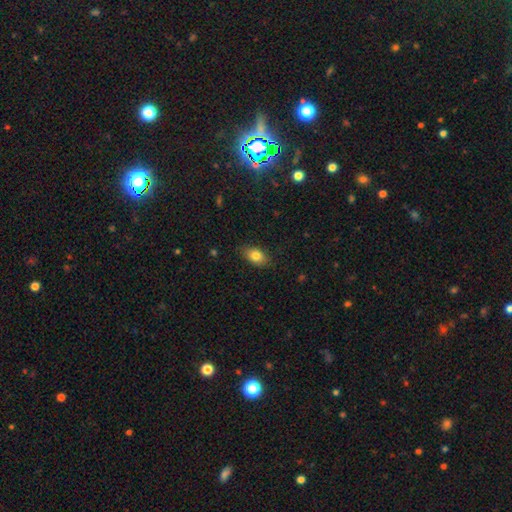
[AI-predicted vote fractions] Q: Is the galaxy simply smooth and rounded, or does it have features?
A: smooth — 82%.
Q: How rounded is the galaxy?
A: in between — 86%.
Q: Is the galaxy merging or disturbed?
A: none — 83%.